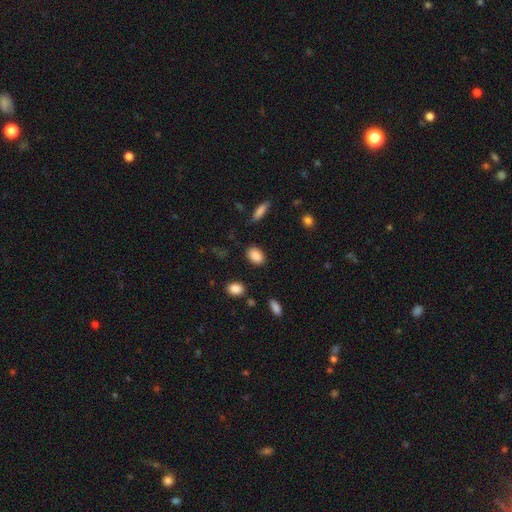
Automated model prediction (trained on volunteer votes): This appears to be a smooth galaxy with no disk features (87%) that is in between round and cigar-shaped (85%). Merging: none (87%).